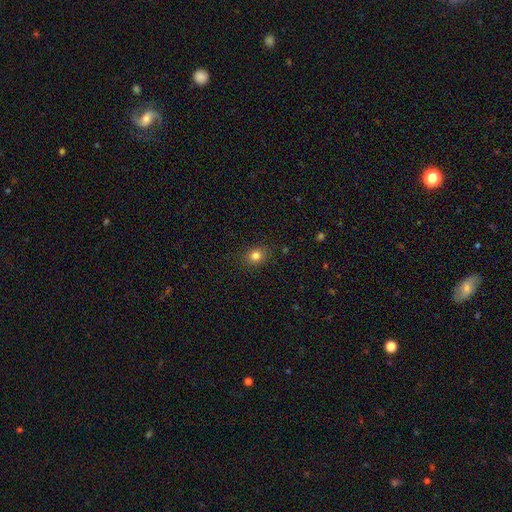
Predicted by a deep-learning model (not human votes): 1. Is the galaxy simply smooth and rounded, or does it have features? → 81% smooth, 13% star or artifact, 6% featured or disk.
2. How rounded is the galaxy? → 63% round, 37% in between, 1% cigar-shaped.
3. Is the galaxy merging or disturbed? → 88% none, 9% minor disturbance, 2% major disturbance, 1% merger.